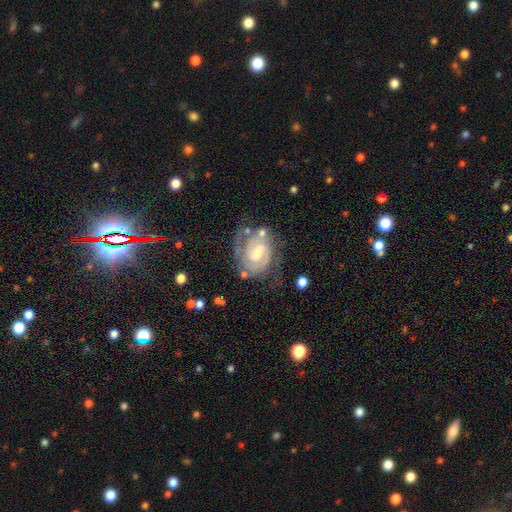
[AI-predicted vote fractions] This is clearly a featured or disk galaxy (89%). It is clearly not viewed edge-on (98%). Bar: possibly weak (57%). Spiral arm pattern: clearly yes (97%). Spiral arm count: likely 2 (80%). Spiral winding: likely tight (60%). Central bulge: possibly moderate (50%). Merging: likely none (63%).